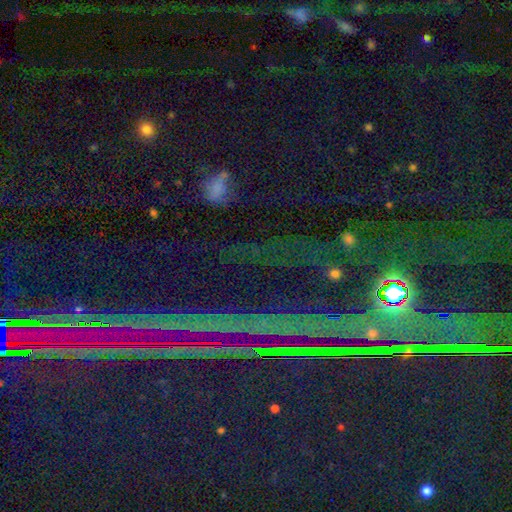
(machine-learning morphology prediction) A star or artifact, not a galaxy (79%).